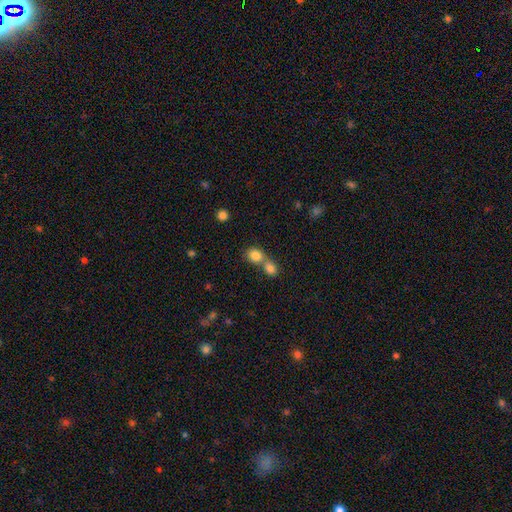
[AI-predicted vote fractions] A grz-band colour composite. It shows a smooth galaxy with no disk features (82%) that is round (67%). Merging: merger (59%).